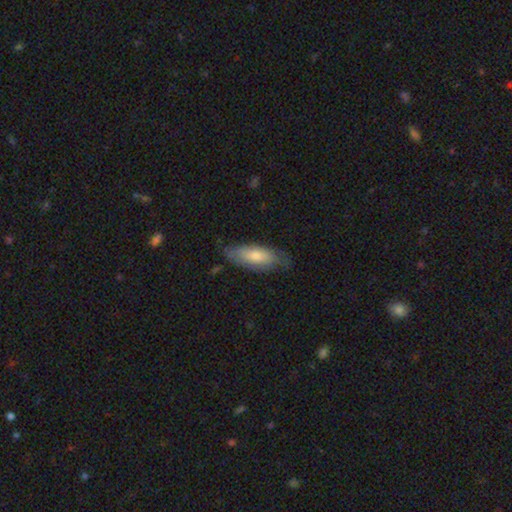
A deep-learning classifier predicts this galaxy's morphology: smooth-or-featured: smooth: 66% | featured or disk: 28% | star or artifact: 6%
  how-rounded: in between: 64% | cigar-shaped: 34% | round: 2%
  merging: none: 71% | minor disturbance: 23% | major disturbance: 5% | merger: 1%